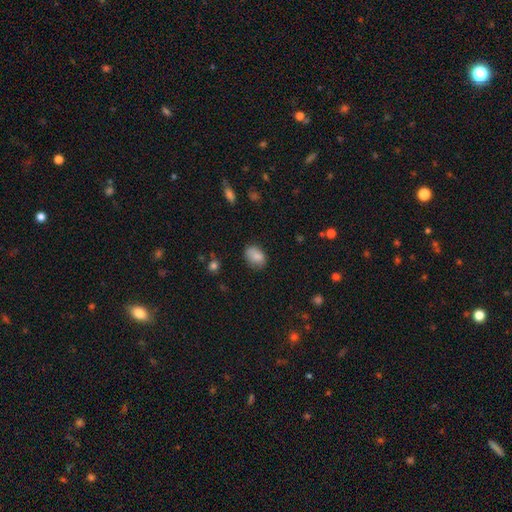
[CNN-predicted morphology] The model was most divided on "merging": none: 71%, minor disturbance: 22%, major disturbance: 5%, merger: 2%. More confident: smooth or featured — smooth (83%); how rounded — in between (76%).